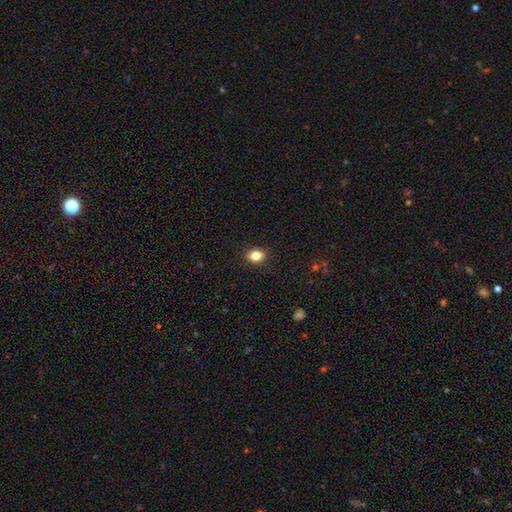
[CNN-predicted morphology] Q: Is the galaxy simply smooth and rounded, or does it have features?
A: smooth — 84%.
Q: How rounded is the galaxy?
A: in between — 62%.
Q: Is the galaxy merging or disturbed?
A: none — 89%.